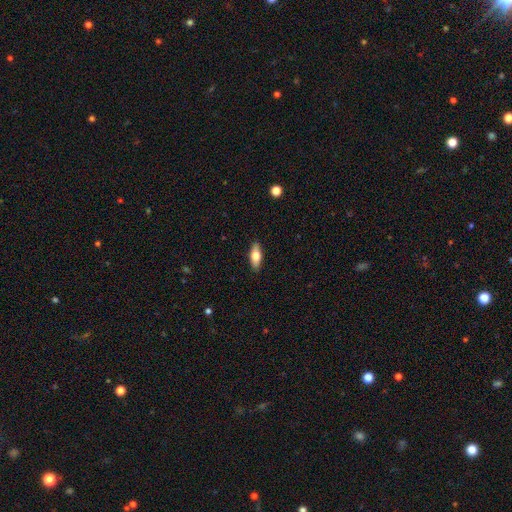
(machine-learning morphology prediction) Smooth or featured?
  - smooth: 66% *
  - featured or disk: 28%
  - star or artifact: 6%
How rounded?
  - in between: 72% *
  - cigar-shaped: 25%
  - round: 3%
Merging?
  - none: 89% *
  - minor disturbance: 8%
  - major disturbance: 2%
  - merger: 1%